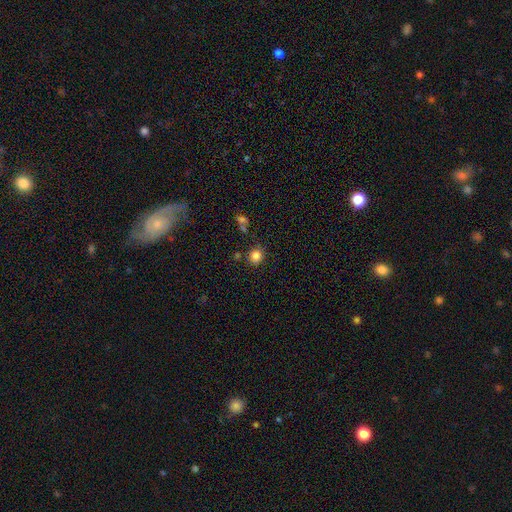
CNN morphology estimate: This appears to be a smooth galaxy with no disk features (83%) that is round (83%). Merging: none (81%).